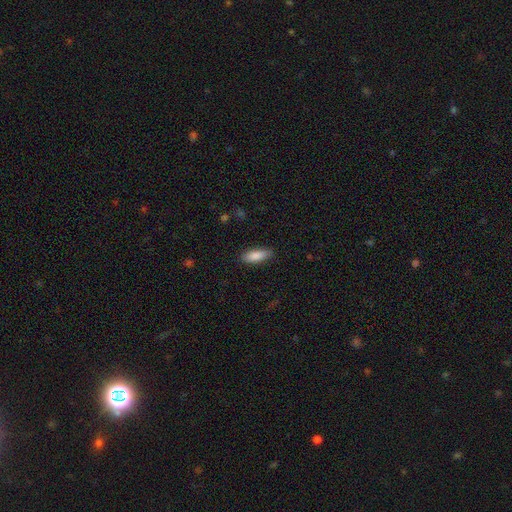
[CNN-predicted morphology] This appears to be a smooth galaxy with no disk features (87%) that is in between round and cigar-shaped (64%). Merging: none (83%).